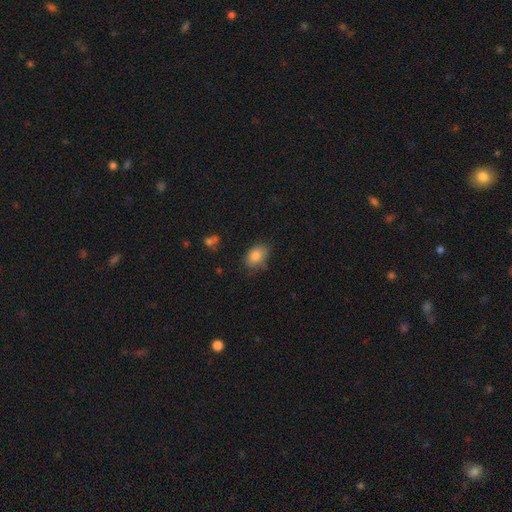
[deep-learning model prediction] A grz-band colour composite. It shows a smooth galaxy with no disk features (84%) that is in between round and cigar-shaped (79%). Merging: none (70%).